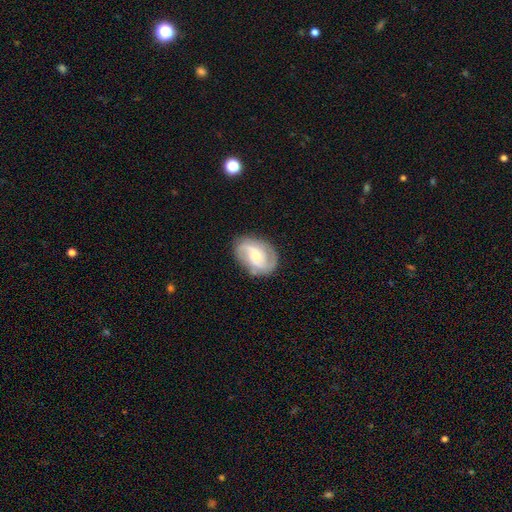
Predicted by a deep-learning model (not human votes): Morphology: type=featured or disk (77%); edge-on=no (97%); bar=no (49%); spiral arms=yes (94%); winding=medium (47%); arm count=2 (71%); bulge=moderate (47%, tied with small); merging=none (76%).